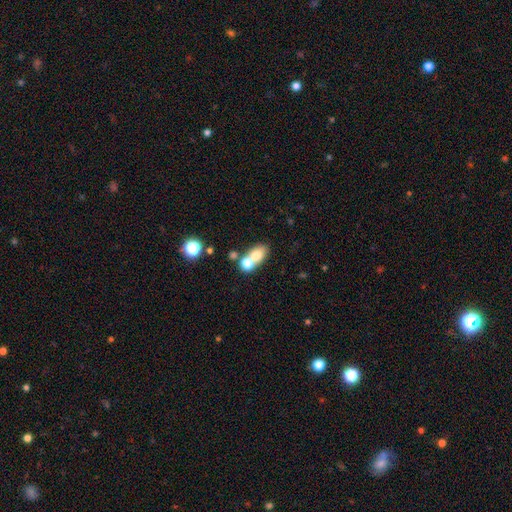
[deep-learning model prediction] This is likely a smooth galaxy (72%). How rounded: likely in between (64%). Merging: possibly merger (50%).